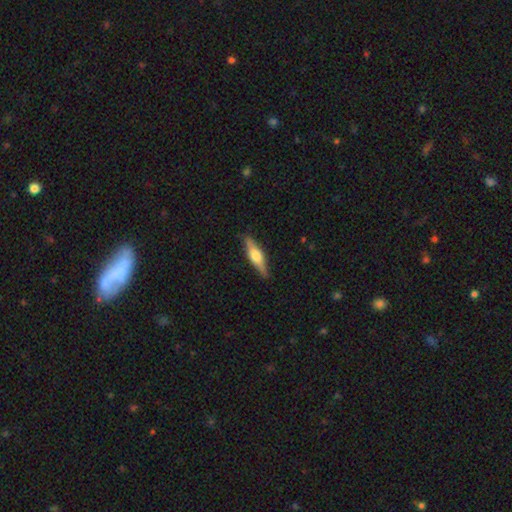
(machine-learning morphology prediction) smooth-or-featured: featured or disk: 52% | smooth: 42% | star or artifact: 6%
  disk-edge-on: yes: 93% | no: 7%
  merging: none: 85% | minor disturbance: 12% | major disturbance: 2% | merger: 1%